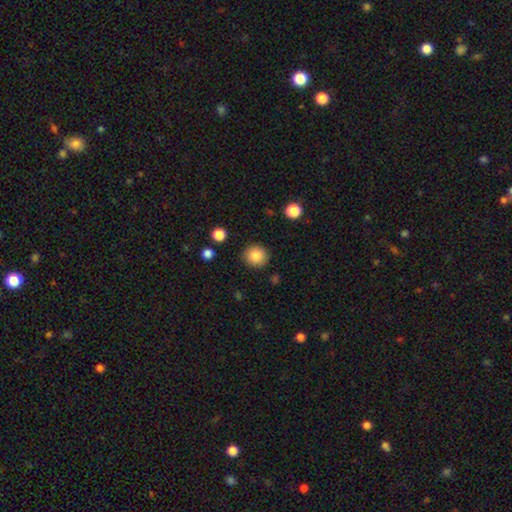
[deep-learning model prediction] Smooth or featured?
  - smooth: 86% *
  - star or artifact: 9%
  - featured or disk: 5%
How rounded?
  - round: 90% *
  - in between: 9%
  - cigar-shaped: 1%
Merging?
  - none: 90% *
  - minor disturbance: 7%
  - major disturbance: 2%
  - merger: 2%